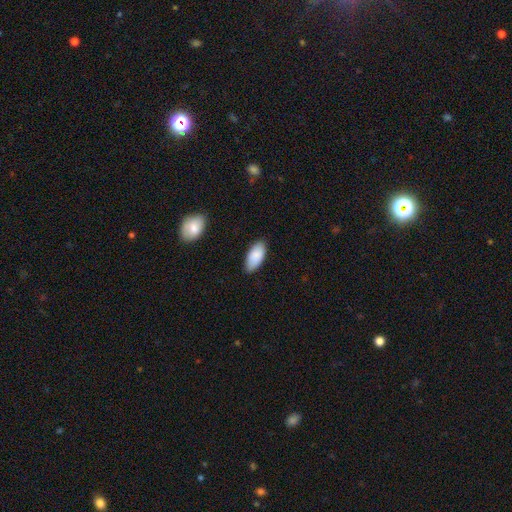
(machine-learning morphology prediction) Smooth or featured?
  - smooth: 88% *
  - featured or disk: 6%
  - star or artifact: 6%
How rounded?
  - in between: 93% *
  - cigar-shaped: 5%
  - round: 2%
Merging?
  - none: 83% *
  - minor disturbance: 13%
  - major disturbance: 2%
  - merger: 1%